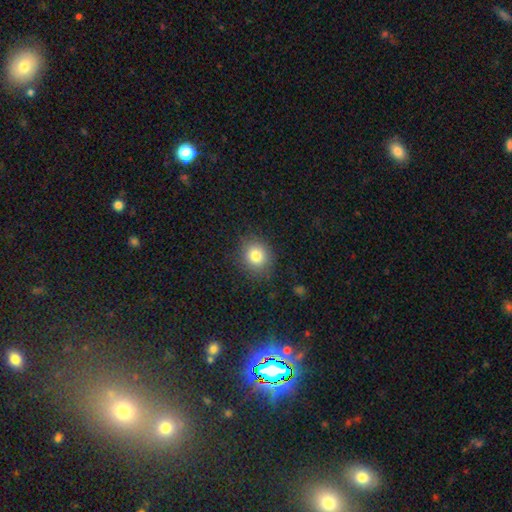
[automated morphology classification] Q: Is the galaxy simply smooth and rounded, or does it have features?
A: smooth — 81%.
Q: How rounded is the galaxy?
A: round — 78%.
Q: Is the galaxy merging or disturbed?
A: none — 86%.